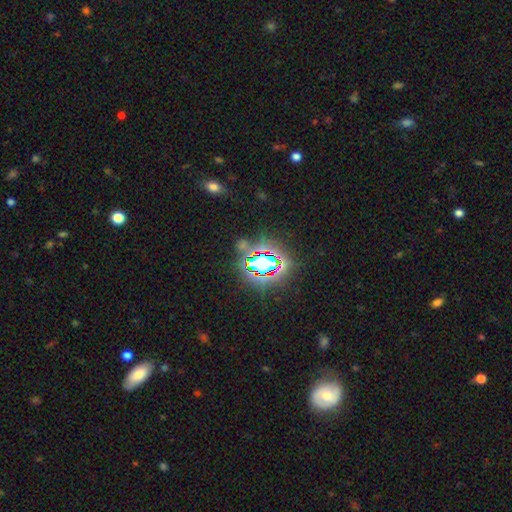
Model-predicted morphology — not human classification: Smooth or featured? Predicted: star or artifact (p=0.81).